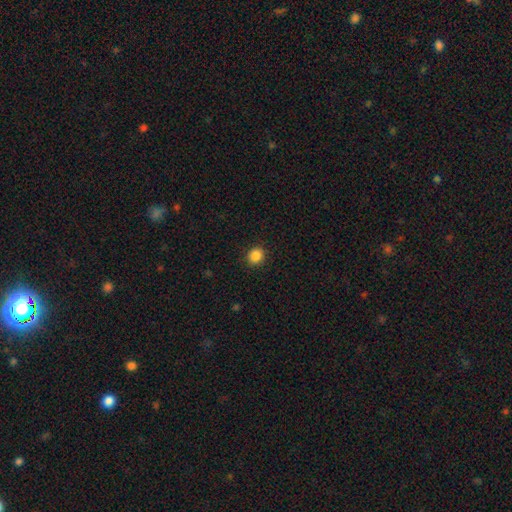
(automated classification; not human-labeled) smooth 86%, star or artifact 10%, featured or disk 3%. Down the decision tree: how rounded — round (79%); merging — none (90%).